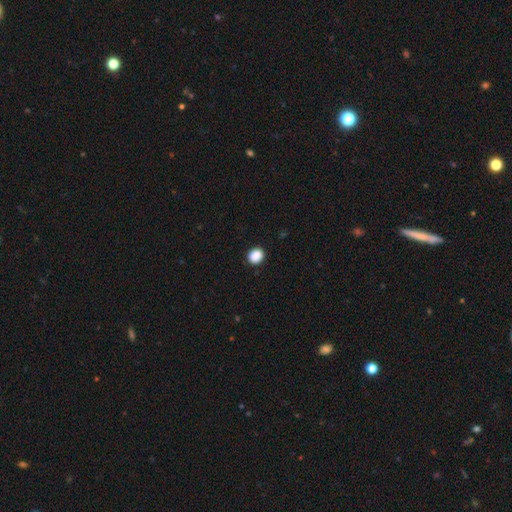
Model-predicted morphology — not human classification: This is clearly a smooth galaxy (89%). How rounded: likely round (69%). Merging: clearly none (91%).